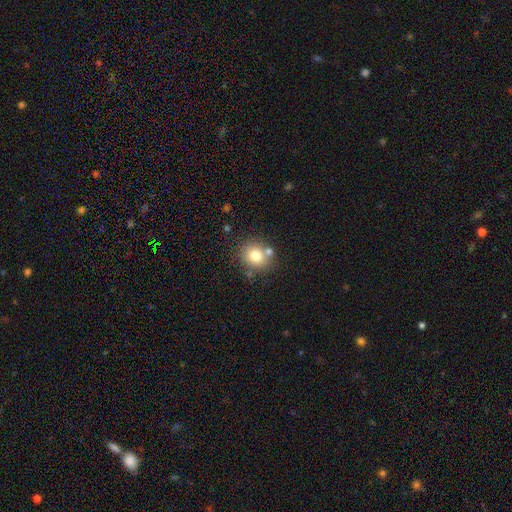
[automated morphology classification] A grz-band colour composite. It shows a smooth galaxy with no disk features (78%) that is round (74%). Merging: none (71%).